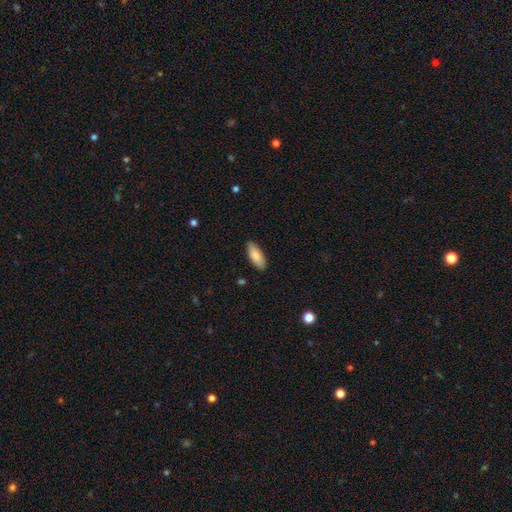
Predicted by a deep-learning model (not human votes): Smooth or featured? Predicted: smooth (p=0.86). How rounded? Predicted: in between (p=0.80). Merging? Predicted: none (p=0.87).